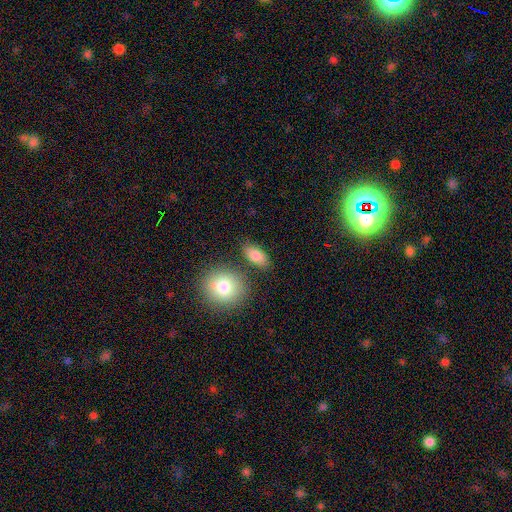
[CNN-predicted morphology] Overall: smooth (83%). How rounded: in between (86%). Merging: none (78%).